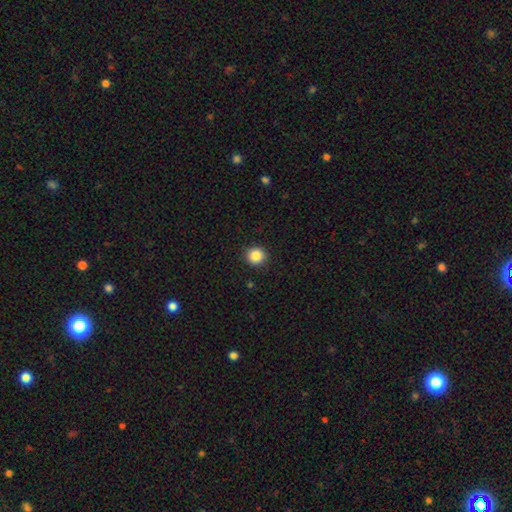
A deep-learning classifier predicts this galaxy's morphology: Smooth or featured?
  - smooth: 86% *
  - star or artifact: 10%
  - featured or disk: 4%
How rounded?
  - round: 93% *
  - in between: 6%
  - cigar-shaped: 1%
Merging?
  - none: 92% *
  - minor disturbance: 5%
  - major disturbance: 2%
  - merger: 1%